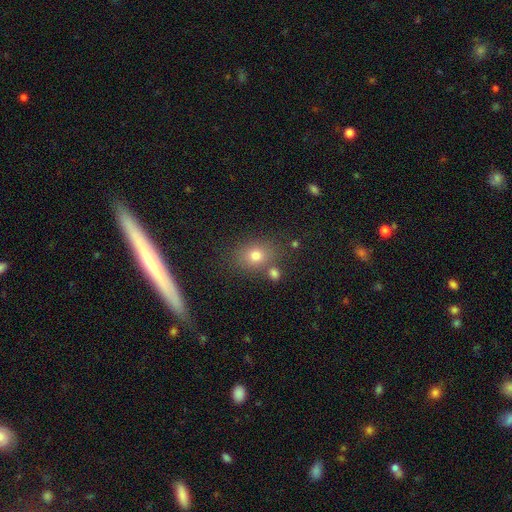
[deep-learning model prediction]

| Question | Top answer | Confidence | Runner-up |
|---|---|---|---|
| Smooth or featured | smooth | 74% | star or artifact (14%) |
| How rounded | round | 50% | in between (49%) |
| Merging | none | 72% | minor disturbance (12%) |